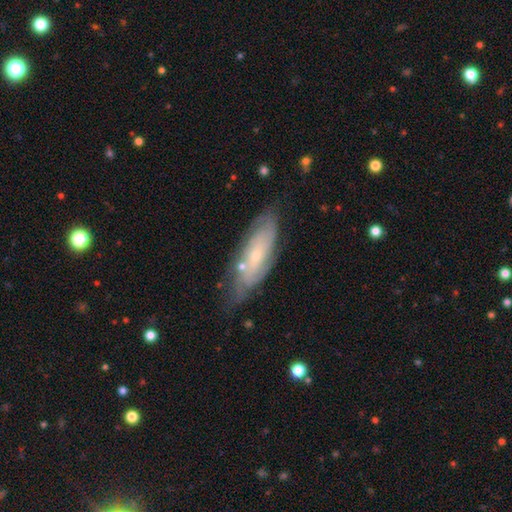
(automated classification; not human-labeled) This is likely a featured or disk galaxy (63%). It is clearly not viewed edge-on (80%). Bar: likely no (75%). Spiral arm pattern: likely yes (77%). Central bulge: likely small (76%). Merging: likely none (65%).